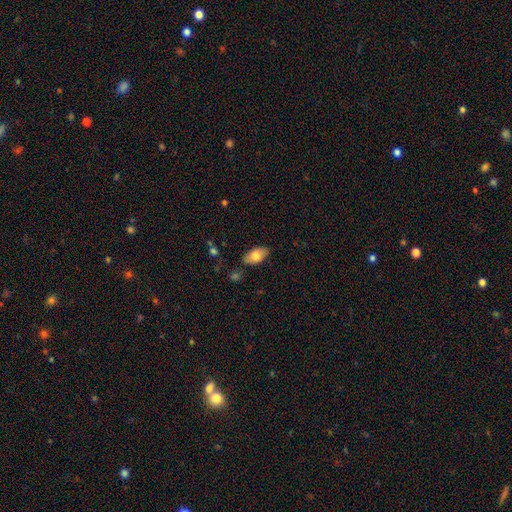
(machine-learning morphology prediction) smooth-or-featured: smooth: 78% | featured or disk: 16% | star or artifact: 7%
  how-rounded: in between: 93% | round: 4% | cigar-shaped: 3%
  merging: none: 81% | minor disturbance: 14% | major disturbance: 3% | merger: 2%